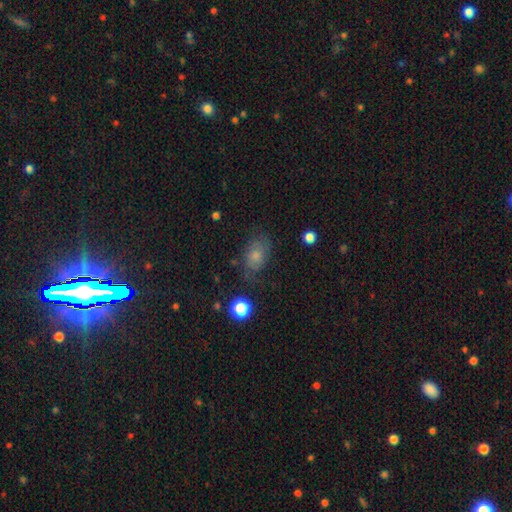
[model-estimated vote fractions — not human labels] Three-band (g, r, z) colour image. It shows a smooth galaxy with no disk features (50%). Merging: none (67%).